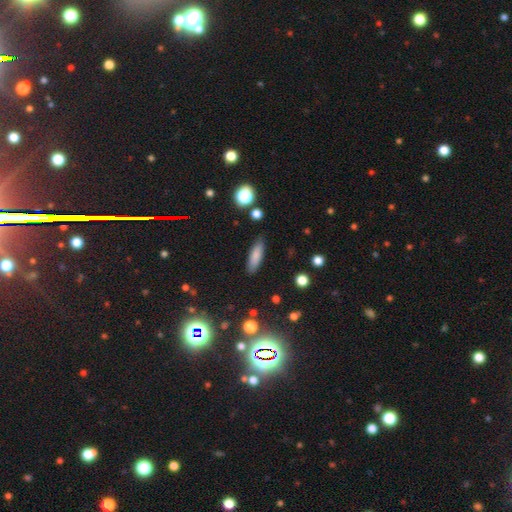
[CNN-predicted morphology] Overall: smooth (81%). How rounded: cigar-shaped (58%; in between 40%). Merging: none (86%).